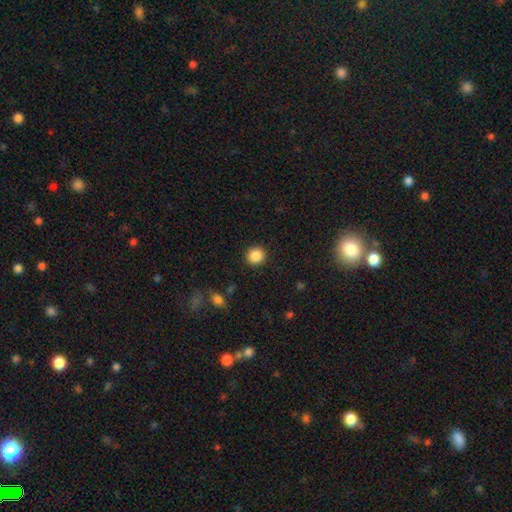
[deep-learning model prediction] A smooth galaxy with no disk features (87%) that is round (92%).

Vote fractions:
- Smooth or featured? smooth: 87% / star or artifact: 10% / featured or disk: 4%
- How rounded? round: 92% / in between: 7% / cigar-shaped: 1%
- Merging? none: 91% / minor disturbance: 6% / major disturbance: 2% / merger: 1%